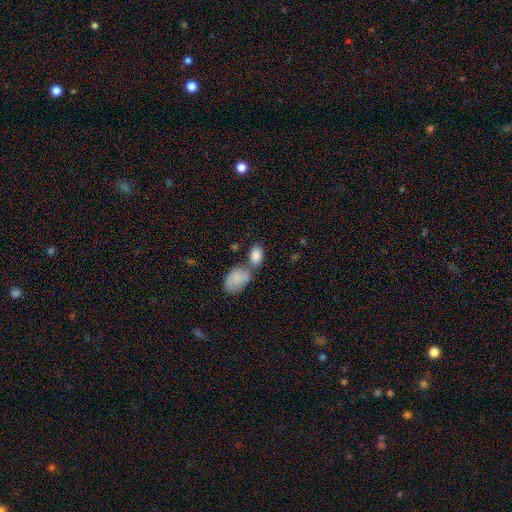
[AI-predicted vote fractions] smooth_or_featured: smooth (p=0.85) [alt: featured or disk p=0.08]
how_rounded: in between (p=0.87) [alt: round p=0.11]
merging: merger (p=0.49) [alt: none p=0.36]